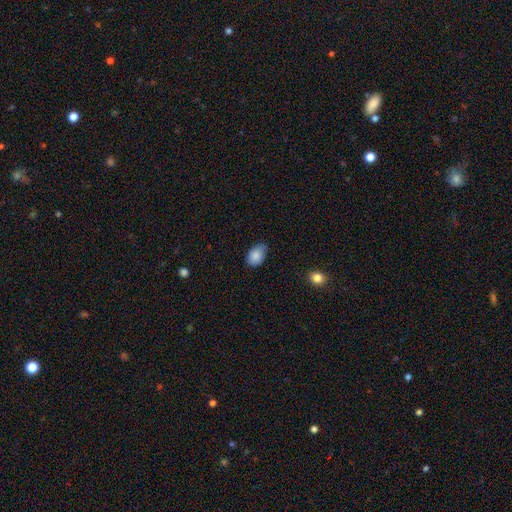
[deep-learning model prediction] Overall: smooth (86%). How rounded: in between (81%). Merging: none (64%; minor disturbance 30%).